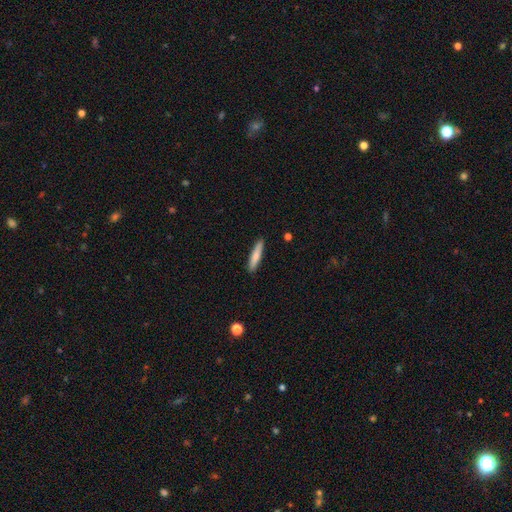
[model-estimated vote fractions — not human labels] smooth-or-featured: smooth: 76% | featured or disk: 18% | star or artifact: 6%
  how-rounded: cigar-shaped: 89% | in between: 10% | round: 1%
  merging: none: 89% | minor disturbance: 8% | major disturbance: 2% | merger: 1%